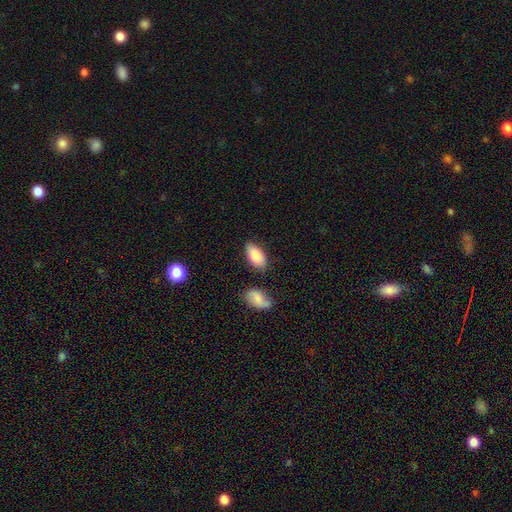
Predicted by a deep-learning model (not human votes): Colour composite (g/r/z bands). It shows a smooth galaxy with no disk features (87%) that is in between round and cigar-shaped (93%). Merging: none (75%).